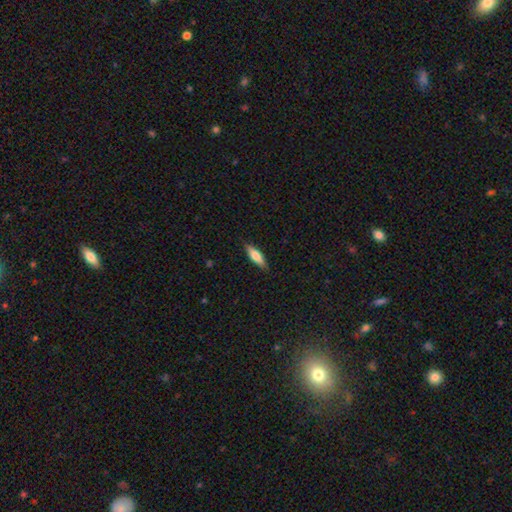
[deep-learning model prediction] This is likely a smooth galaxy (73%). How rounded: possibly cigar-shaped (51%). Merging: clearly none (87%).